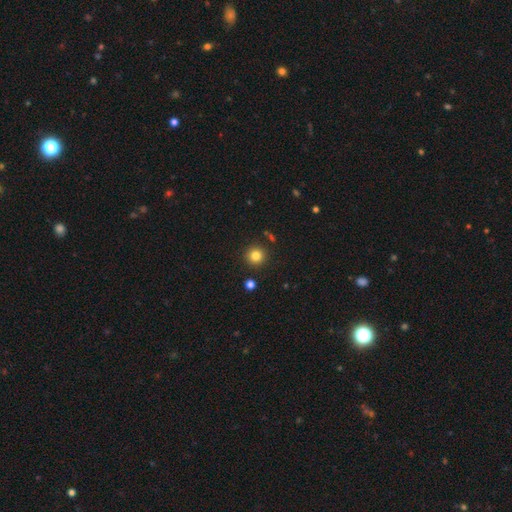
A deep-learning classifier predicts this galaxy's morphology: A smooth galaxy with no disk features (82%) that is round (95%). Merging: none (90%).